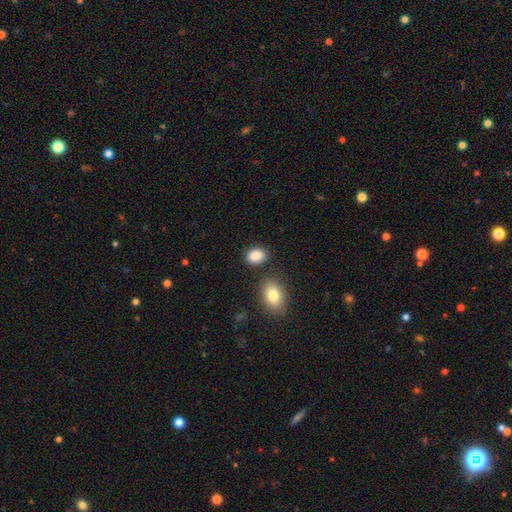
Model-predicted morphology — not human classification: smooth 87%, star or artifact 8%, featured or disk 4%. Down the decision tree: how rounded — in between (71%); merging — none (80%).